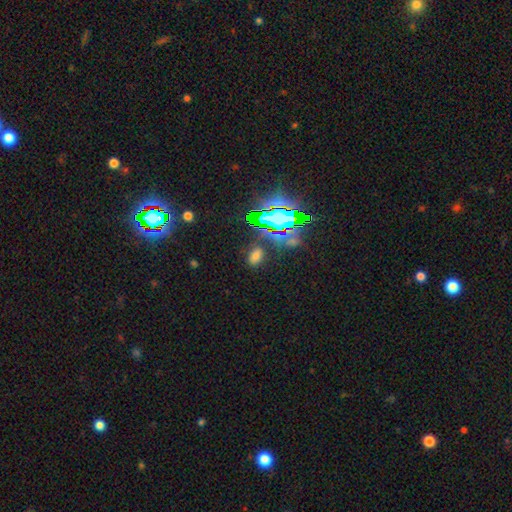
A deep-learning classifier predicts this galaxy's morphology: Smooth or featured?
  - smooth: 59% *
  - star or artifact: 32%
  - featured or disk: 8%
How rounded?
  - in between: 82% *
  - round: 16%
  - cigar-shaped: 2%
Merging?
  - none: 82% *
  - minor disturbance: 11%
  - major disturbance: 4%
  - merger: 3%